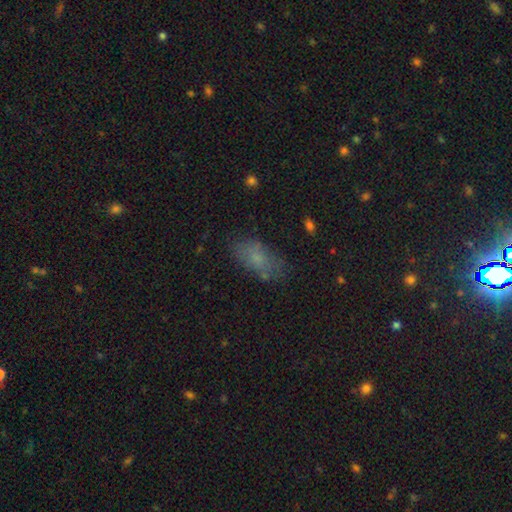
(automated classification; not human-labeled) Smooth or featured? smooth (68%)
How rounded? in between (85%)
Merging? none (71%)